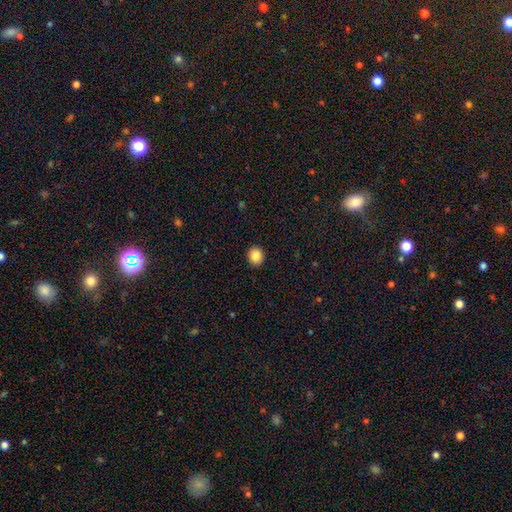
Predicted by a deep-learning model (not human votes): This appears to be a smooth galaxy with no disk features (87%) that is round (75%). Merging: none (92%).